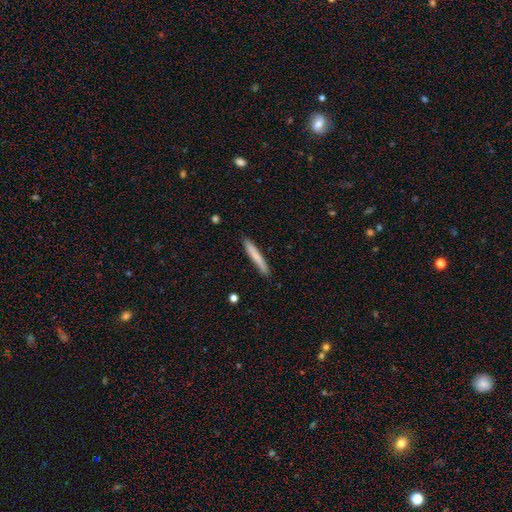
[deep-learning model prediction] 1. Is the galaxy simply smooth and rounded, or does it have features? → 75% smooth, 19% featured or disk, 6% star or artifact.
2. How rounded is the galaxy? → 96% cigar-shaped, 3% in between, 1% round.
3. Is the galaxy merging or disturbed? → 89% none, 8% minor disturbance, 1% major disturbance, 1% merger.